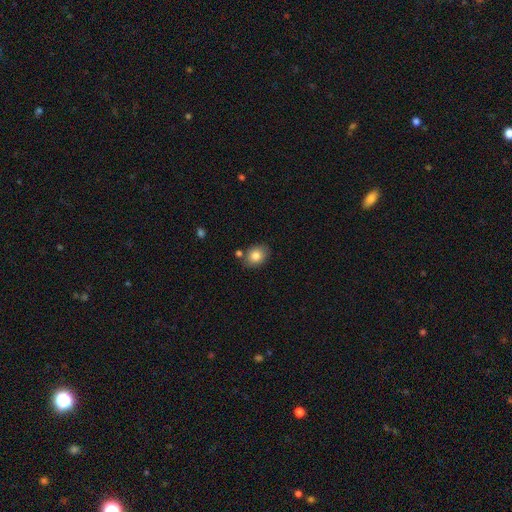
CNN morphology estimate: Smooth or featured? smooth (83%)
How rounded? in between (55%)
Merging? none (78%)